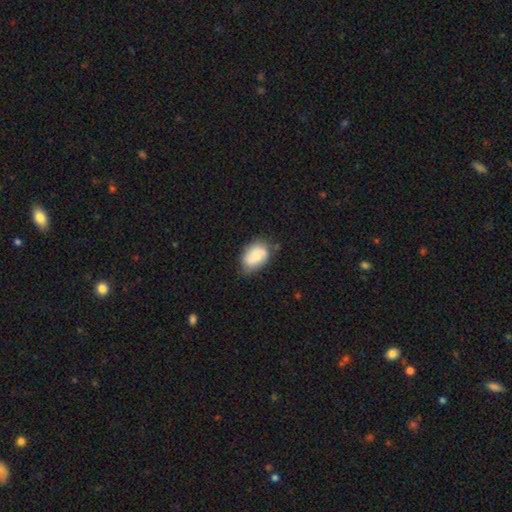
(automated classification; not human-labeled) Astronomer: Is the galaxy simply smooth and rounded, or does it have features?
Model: smooth — 70%.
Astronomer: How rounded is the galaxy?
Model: in between — 83%.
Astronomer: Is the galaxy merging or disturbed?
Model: none — 65%.